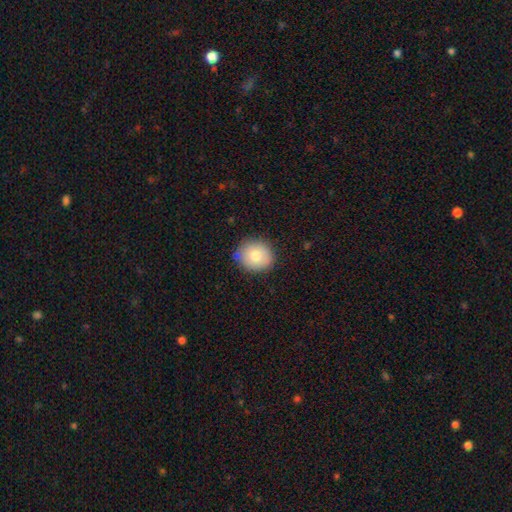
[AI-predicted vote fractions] The model was most divided on "how rounded": round: 78%, in between: 21%, cigar-shaped: 1%. More confident: smooth or featured — smooth (81%); merging — none (80%).